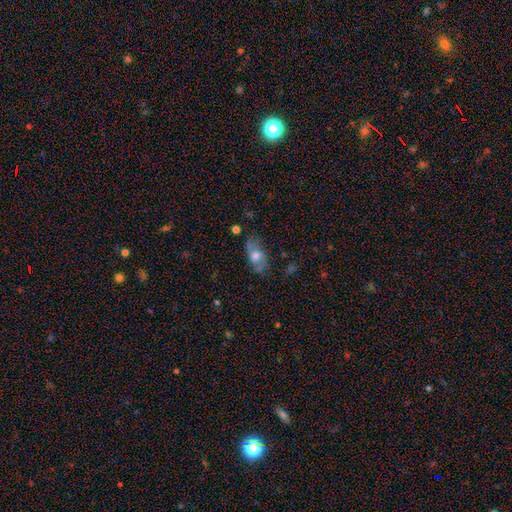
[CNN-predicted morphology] smooth_or_featured: smooth (p=0.49) [alt: featured or disk p=0.40]
merging: none (p=0.64) [alt: minor disturbance p=0.23]